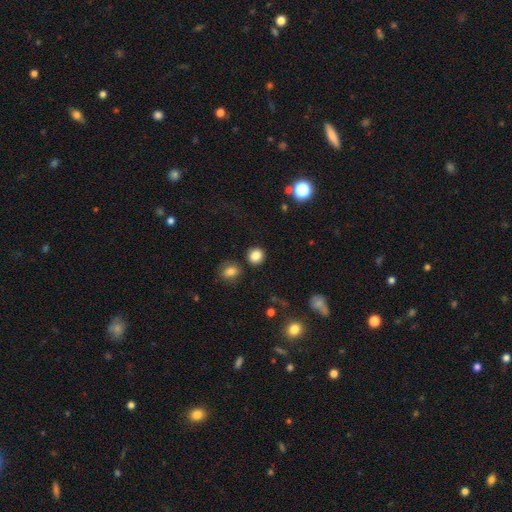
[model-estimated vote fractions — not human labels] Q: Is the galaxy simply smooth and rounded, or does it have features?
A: smooth — 85%.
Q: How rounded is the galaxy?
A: round — 85%.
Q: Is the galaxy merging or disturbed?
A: none — 86%.